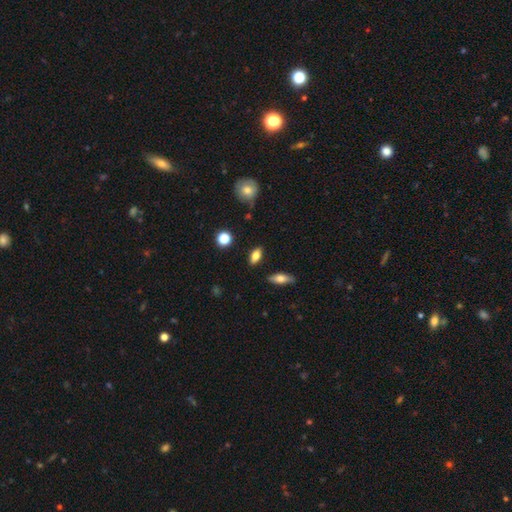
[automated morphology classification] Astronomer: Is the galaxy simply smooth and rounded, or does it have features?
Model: smooth — 72%.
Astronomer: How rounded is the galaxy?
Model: in between — 80%.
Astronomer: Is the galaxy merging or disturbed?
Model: none — 85%.